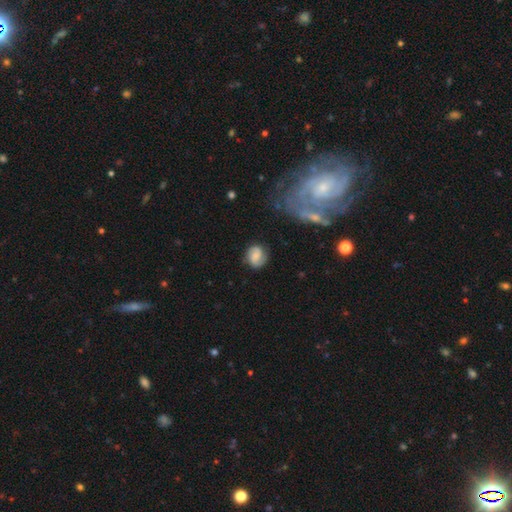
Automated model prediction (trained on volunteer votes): Morphology: type=smooth (48%); merging=none (74%).